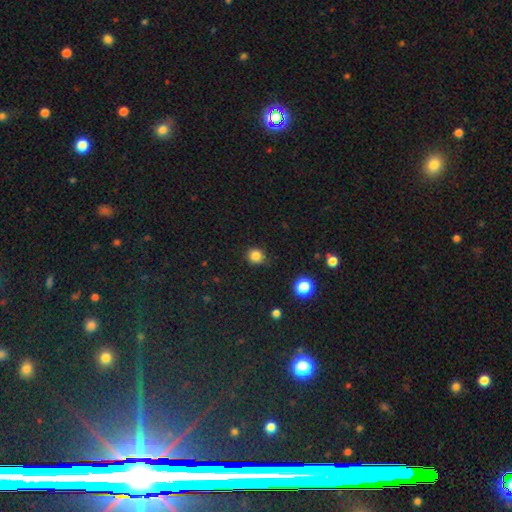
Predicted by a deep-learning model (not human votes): Overall: smooth (84%). How rounded: round (87%). Merging: none (83%).